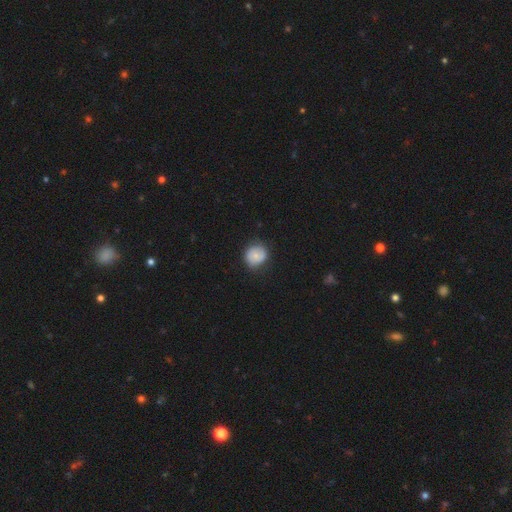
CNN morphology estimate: Q: Smooth or featured?
A: smooth (74%); runner-up: featured or disk (18%)
Q: How rounded?
A: round (82%); runner-up: in between (17%)
Q: Merging?
A: none (76%); runner-up: minor disturbance (18%)